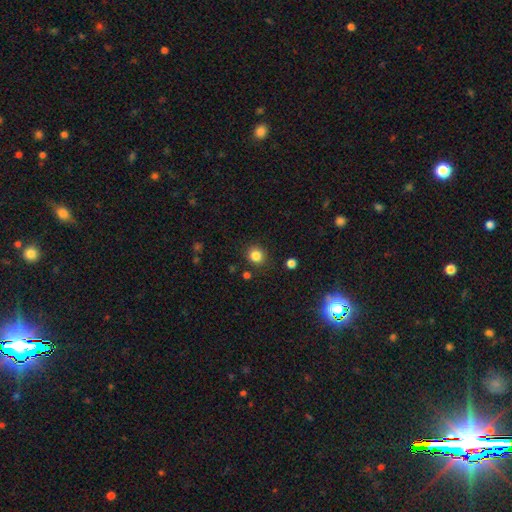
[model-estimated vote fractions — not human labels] Smooth or featured? smooth (84%)
How rounded? round (82%)
Merging? none (85%)